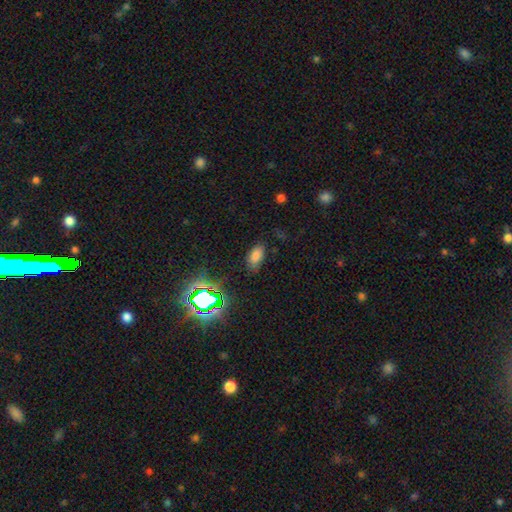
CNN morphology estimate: type=smooth (72%); roundness=in between (91%); merging=none (77%).